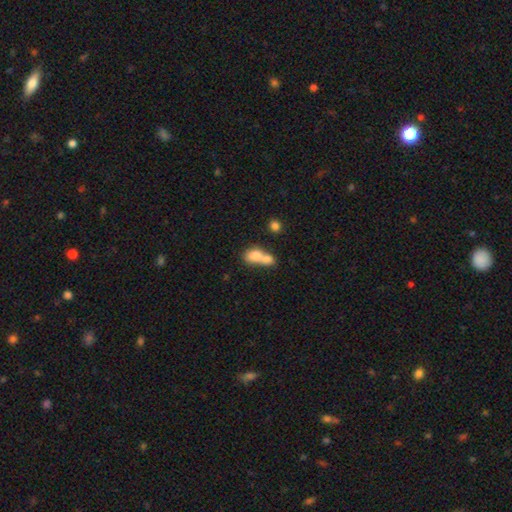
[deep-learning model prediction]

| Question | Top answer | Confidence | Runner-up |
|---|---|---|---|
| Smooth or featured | smooth | 75% | featured or disk (16%) |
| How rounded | in between | 70% | round (26%) |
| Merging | merger | 71% | none (18%) |